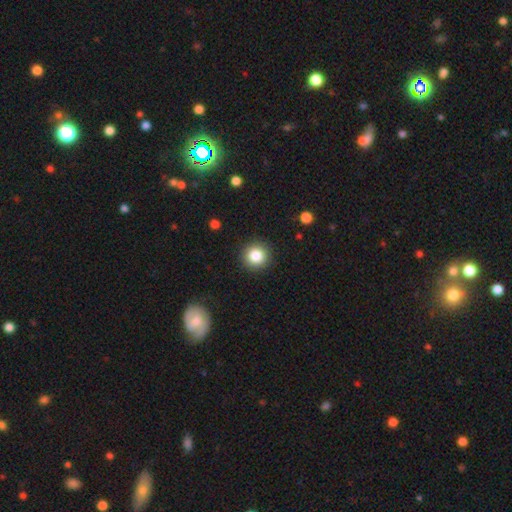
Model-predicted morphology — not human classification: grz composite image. It shows a smooth galaxy with no disk features (83%) that is round (94%). Merging: none (91%).